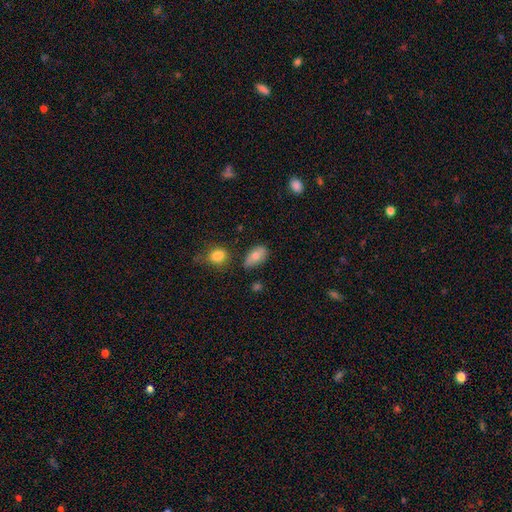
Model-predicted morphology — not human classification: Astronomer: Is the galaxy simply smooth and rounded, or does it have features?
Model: smooth — 75%.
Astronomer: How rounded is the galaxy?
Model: in between — 90%.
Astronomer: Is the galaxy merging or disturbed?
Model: none — 64%.